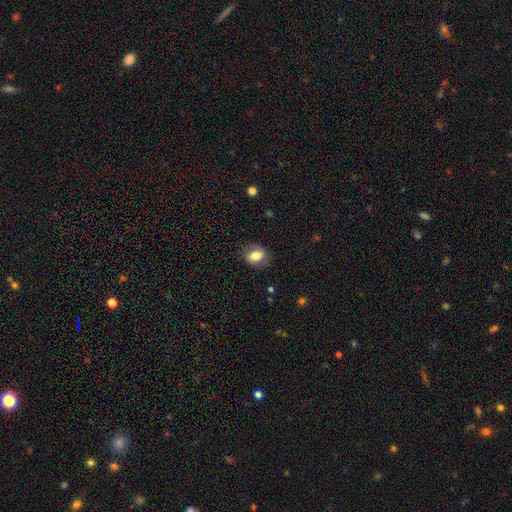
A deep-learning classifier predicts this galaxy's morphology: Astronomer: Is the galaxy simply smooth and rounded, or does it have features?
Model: smooth — 71%.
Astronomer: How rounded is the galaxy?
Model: in between — 62% (runner-up: round, 37%).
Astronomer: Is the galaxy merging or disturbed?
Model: none — 77%.